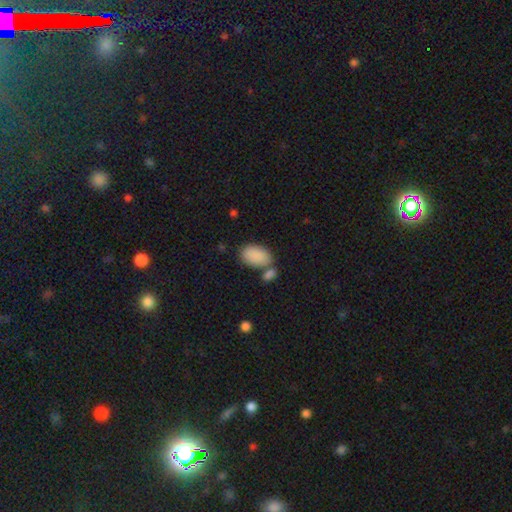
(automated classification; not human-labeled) Smooth or featured? smooth (88%)
How rounded? in between (93%)
Merging? none (56%)